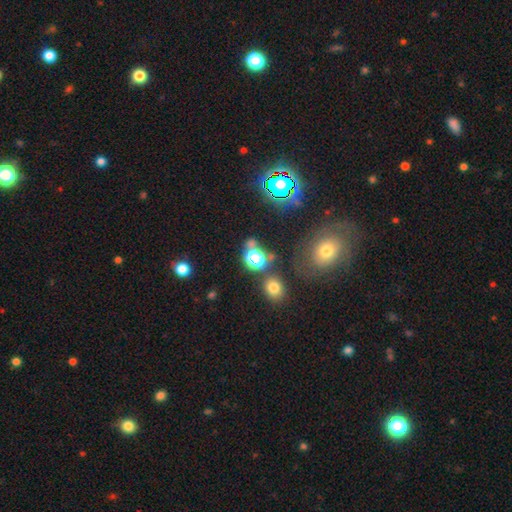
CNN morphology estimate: Smooth or featured? smooth (51%)
How rounded? round (70%)
Merging? none (61%)